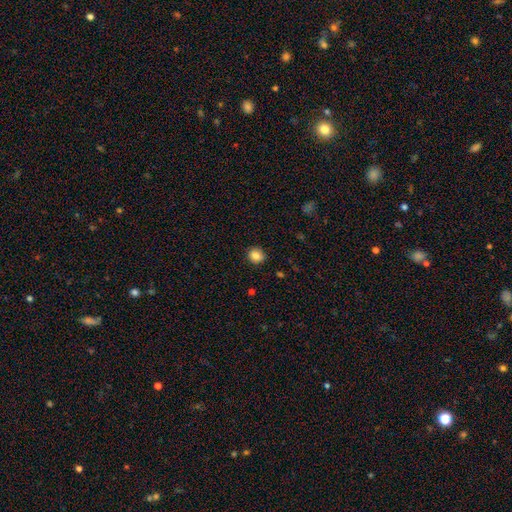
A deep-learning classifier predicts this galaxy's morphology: This is clearly a smooth galaxy (85%). How rounded: likely round (79%). Merging: clearly none (90%).